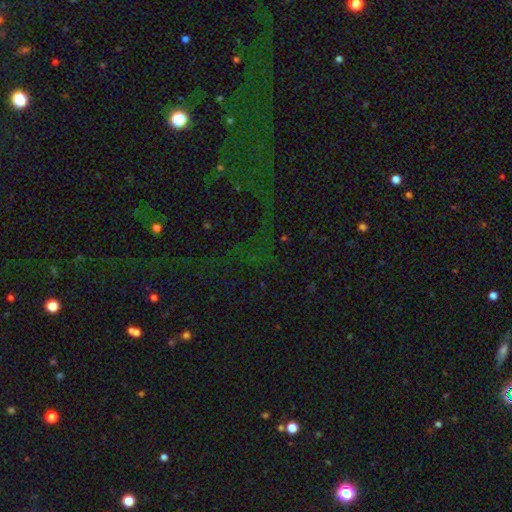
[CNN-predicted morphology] This is likely a star or artifact rather than a galaxy (74%).